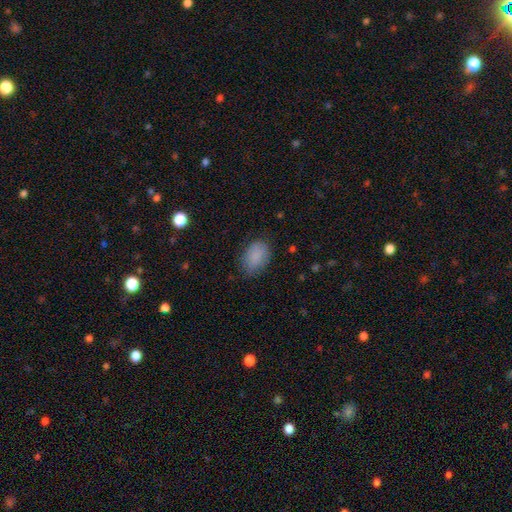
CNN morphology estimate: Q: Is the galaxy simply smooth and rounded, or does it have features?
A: smooth — 86%.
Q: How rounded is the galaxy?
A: in between — 83%.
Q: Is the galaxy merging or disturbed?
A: none — 75%.